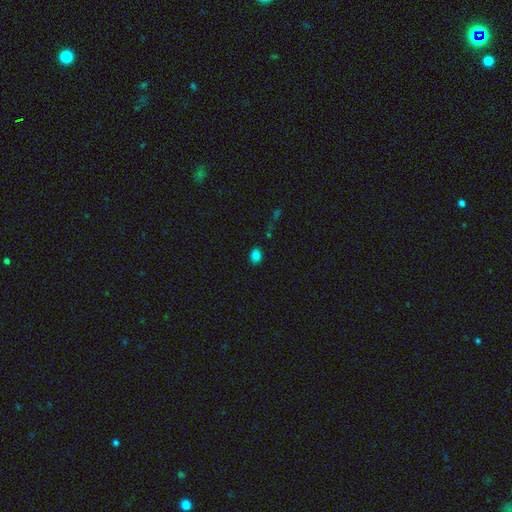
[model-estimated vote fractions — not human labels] The model was most divided on "how rounded": in between: 64%, round: 35%, cigar-shaped: 1%. More confident: merging — none (86%); smooth or featured — smooth (83%).